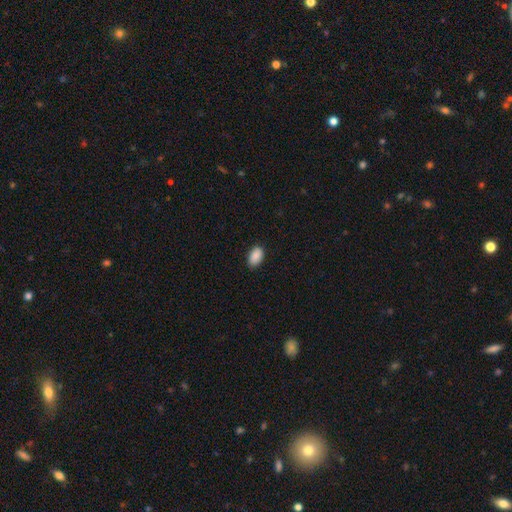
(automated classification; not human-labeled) smooth-or-featured: smooth: 90% | star or artifact: 7% | featured or disk: 3%
  how-rounded: in between: 93% | round: 6% | cigar-shaped: 2%
  merging: none: 86% | minor disturbance: 11% | major disturbance: 2% | merger: 1%